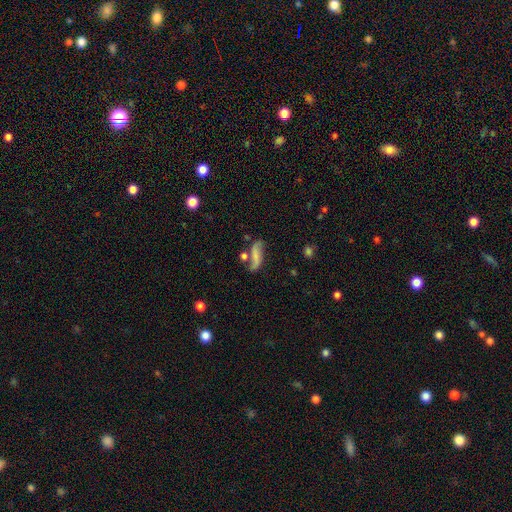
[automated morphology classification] Smooth or featured: featured or disk — 52% (smooth — 39%)
Edge-on disk: no — 87% (yes — 13%)
Merging: none — 51% (minor disturbance — 21%)